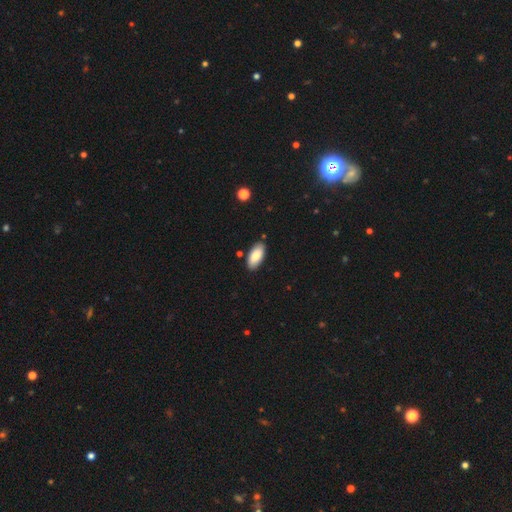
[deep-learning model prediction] This appears to be a smooth galaxy with no disk features (85%) that is in between round and cigar-shaped (92%). Merging: none (85%).